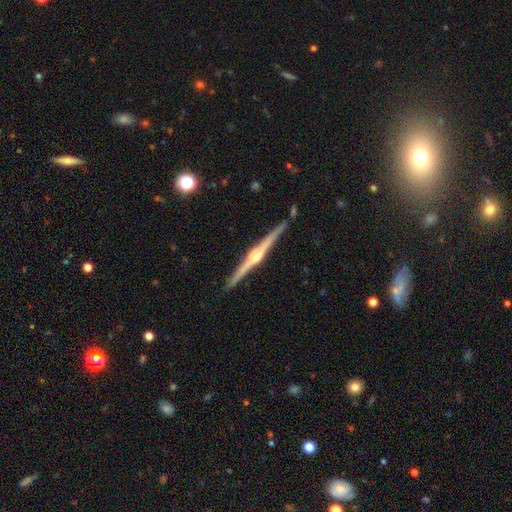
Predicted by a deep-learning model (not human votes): A featured or disk galaxy (89%) viewed edge-on (99%) with a rounded central bulge (89%). Merging: none (92%).